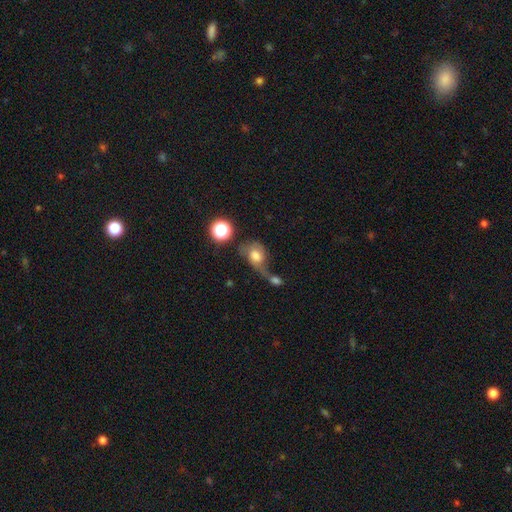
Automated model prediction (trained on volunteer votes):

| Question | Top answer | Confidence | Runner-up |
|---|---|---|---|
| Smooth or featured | smooth | 62% | featured or disk (26%) |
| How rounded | in between | 51% | round (47%) |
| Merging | merger | 45% | major disturbance (23%) |